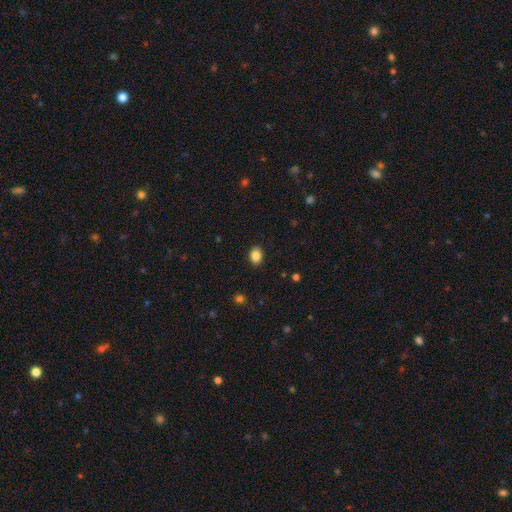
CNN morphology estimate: A smooth galaxy with no disk features (86%) that is in between round and cigar-shaped (70%).

Vote fractions:
- Smooth or featured? smooth: 86% / star or artifact: 9% / featured or disk: 4%
- How rounded? in between: 70% / round: 29% / cigar-shaped: 1%
- Merging? none: 89% / minor disturbance: 8% / major disturbance: 2% / merger: 1%